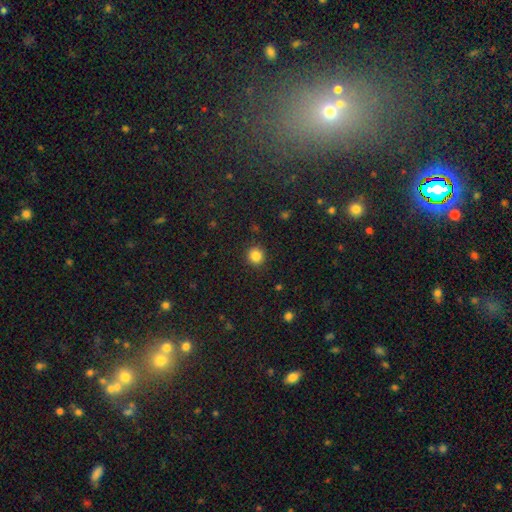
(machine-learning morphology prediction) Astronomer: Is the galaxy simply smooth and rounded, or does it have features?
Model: smooth — 85%.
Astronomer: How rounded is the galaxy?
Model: round — 93%.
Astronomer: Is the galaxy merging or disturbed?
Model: none — 91%.